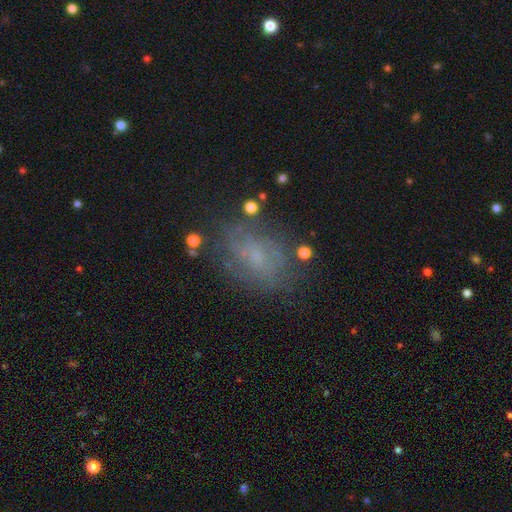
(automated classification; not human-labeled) Smooth or featured? featured or disk (42%)
Merging? none (66%)